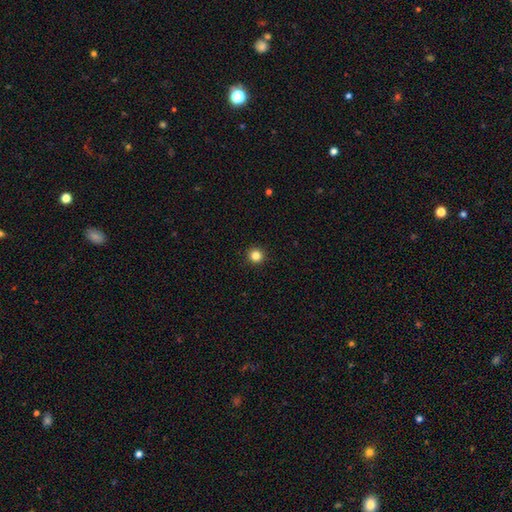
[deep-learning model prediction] A smooth galaxy with no disk features (84%) that is round (95%).

Vote fractions:
- Smooth or featured? smooth: 84% / star or artifact: 13% / featured or disk: 4%
- How rounded? round: 95% / in between: 4% / cigar-shaped: 1%
- Merging? none: 94% / minor disturbance: 4% / major disturbance: 1% / merger: 1%